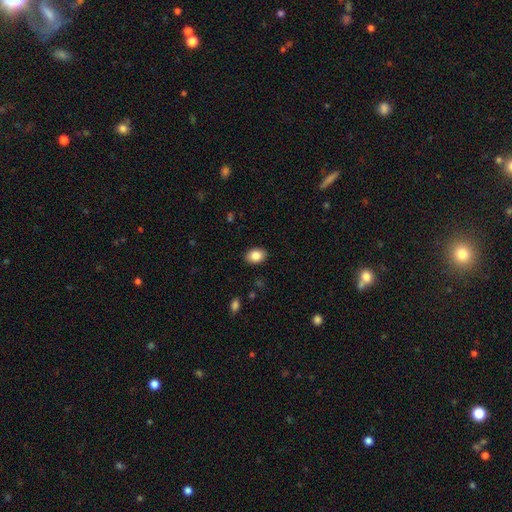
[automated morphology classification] smooth-or-featured: smooth: 86% | star or artifact: 8% | featured or disk: 6%
  how-rounded: in between: 77% | round: 22% | cigar-shaped: 1%
  merging: none: 89% | minor disturbance: 8% | major disturbance: 2% | merger: 1%